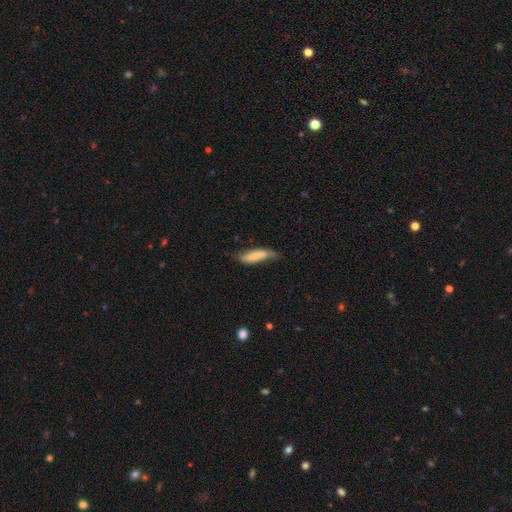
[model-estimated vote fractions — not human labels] The model was most divided on "merging": none: 50%, minor disturbance: 35%, major disturbance: 12%, merger: 3%. More confident: smooth or featured — smooth (68%); how rounded — cigar-shaped (64%).